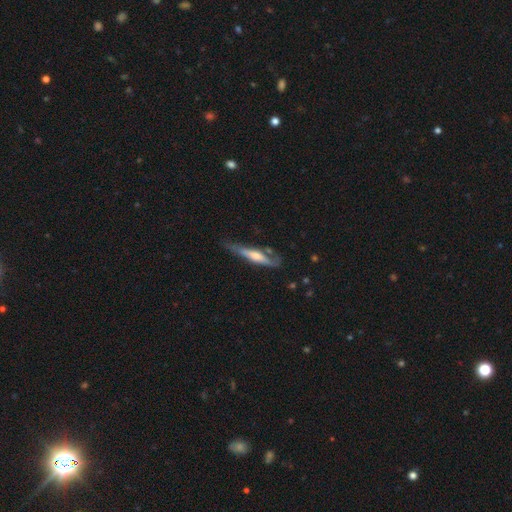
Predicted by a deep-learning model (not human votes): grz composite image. It shows a featured or disk galaxy (63%) viewed edge-on (83%) with a rounded central bulge (71%). Merging: none (55%).